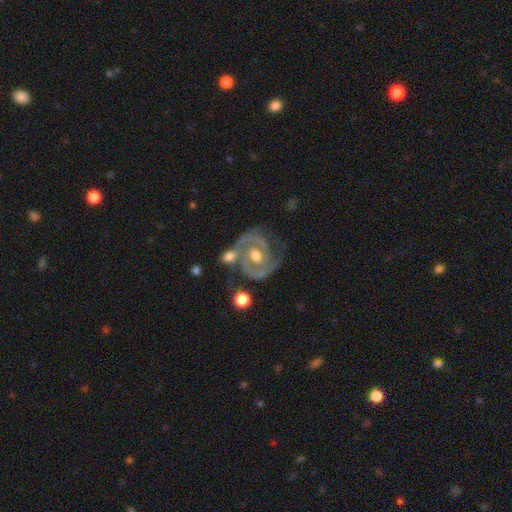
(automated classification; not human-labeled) This appears to be a featured or disk galaxy (90%) with no bar (55%), 2 (87%) tight (53%) spiral arms (96%) and a moderate central bulge (77%). Merging: none (56%).